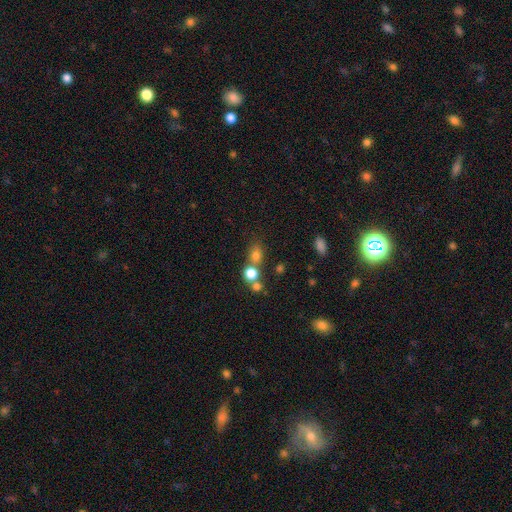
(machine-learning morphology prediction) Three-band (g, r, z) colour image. It shows a smooth galaxy with no disk features (74%) that is round (57%). Merging: none (53%).